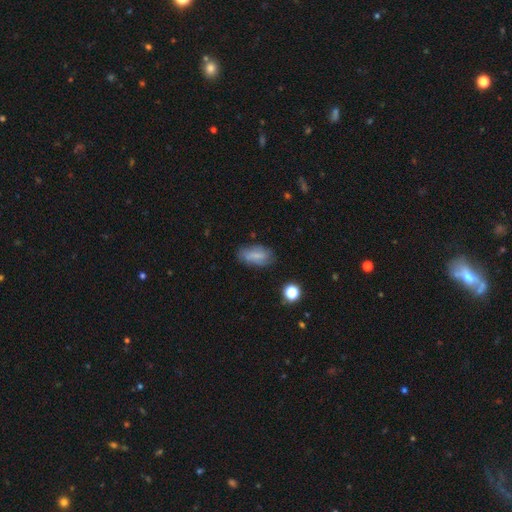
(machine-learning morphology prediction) smooth_or_featured: smooth (p=0.63) [alt: featured or disk p=0.28]
how_rounded: in between (p=0.87) [alt: cigar-shaped p=0.08]
merging: none (p=0.71) [alt: minor disturbance p=0.21]